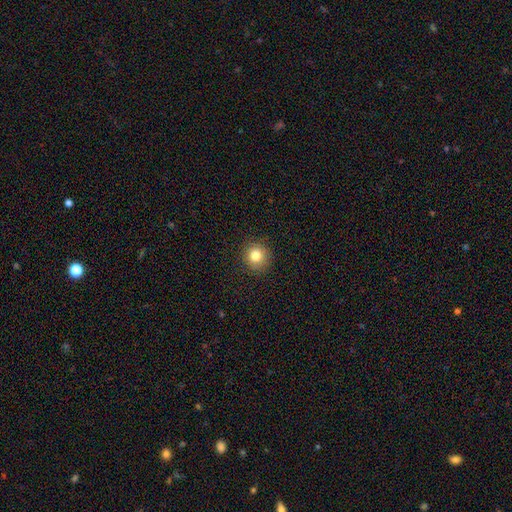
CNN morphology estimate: type=smooth (82%); roundness=round (91%); merging=none (90%).